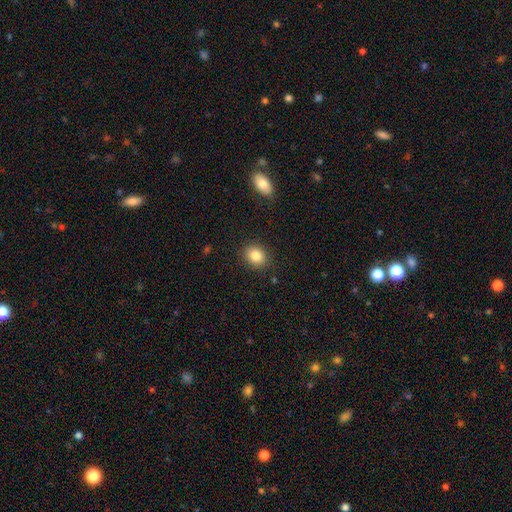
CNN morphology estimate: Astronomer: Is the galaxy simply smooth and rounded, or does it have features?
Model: smooth — 85%.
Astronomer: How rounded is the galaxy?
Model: round — 56% (runner-up: in between, 43%).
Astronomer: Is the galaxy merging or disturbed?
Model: none — 88%.